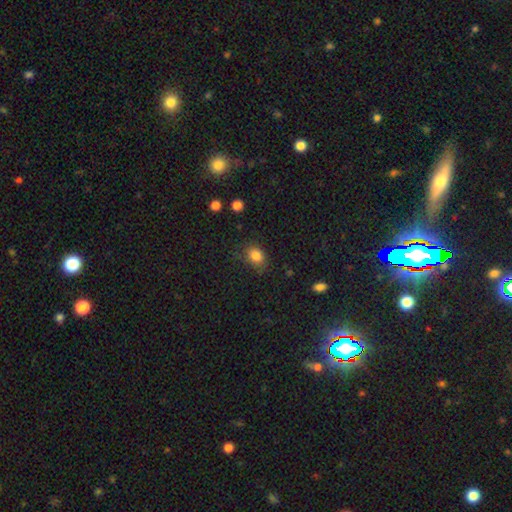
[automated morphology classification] This is clearly a smooth galaxy (83%). How rounded: likely in between (62%). Merging: likely none (73%).